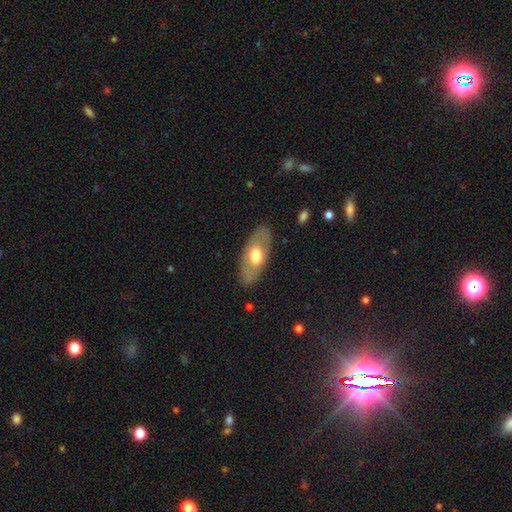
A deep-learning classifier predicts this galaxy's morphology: Smooth or featured?
  - smooth: 52% *
  - featured or disk: 43%
  - star or artifact: 5%
How rounded?
  - in between: 87% *
  - cigar-shaped: 9%
  - round: 4%
Merging?
  - none: 84% *
  - minor disturbance: 11%
  - major disturbance: 3%
  - merger: 1%